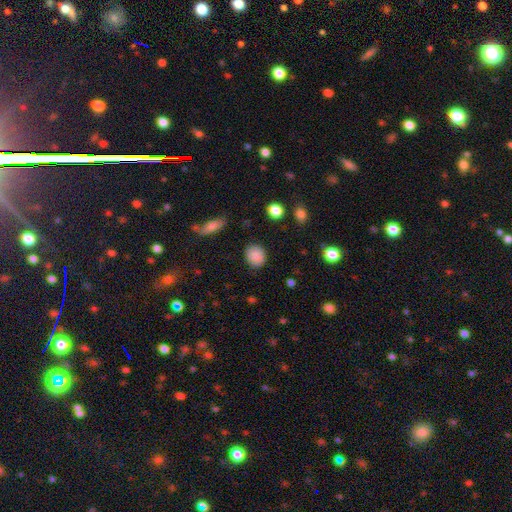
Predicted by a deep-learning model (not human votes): The model was most divided on "how rounded": round: 70%, in between: 28%, cigar-shaped: 1%. More confident: smooth or featured — smooth (87%); merging — none (86%).